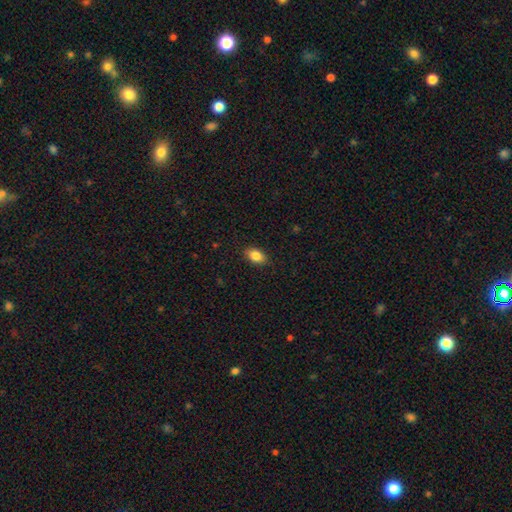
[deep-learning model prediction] Overall: smooth (85%). How rounded: in between (87%). Merging: none (88%).